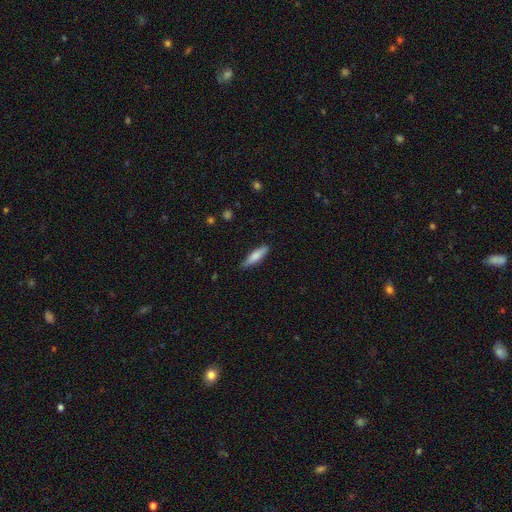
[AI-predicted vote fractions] This is likely a smooth galaxy (77%). How rounded: likely cigar-shaped (67%). Merging: clearly none (81%).